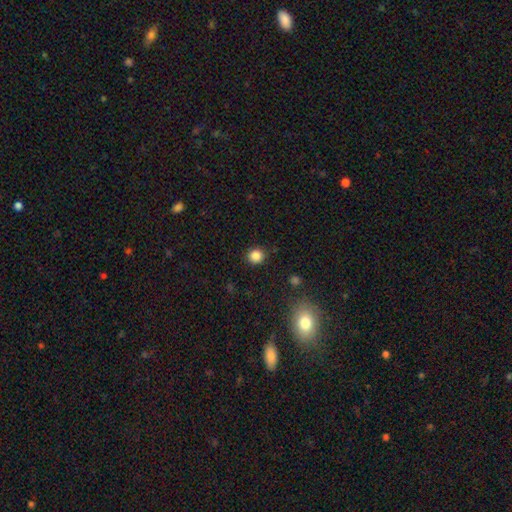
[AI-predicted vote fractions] Morphology: type=smooth (85%); roundness=round (86%); merging=none (88%).